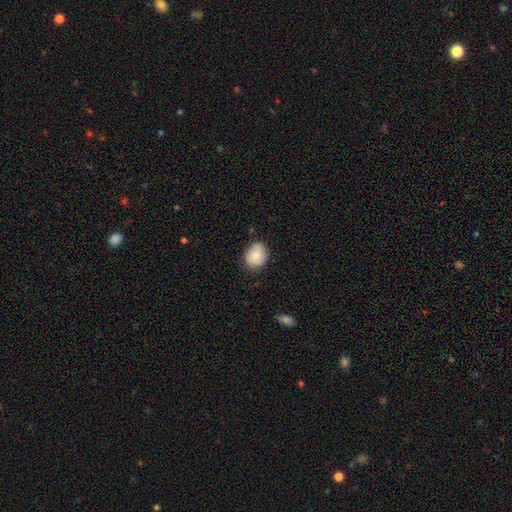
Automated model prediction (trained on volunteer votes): The model was most divided on "how rounded": round: 57%, in between: 42%, cigar-shaped: 1%. More confident: smooth or featured — smooth (77%); merging — none (74%).